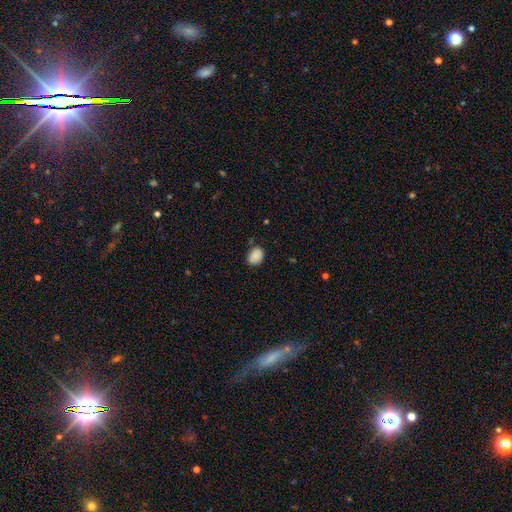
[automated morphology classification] Q: Smooth or featured?
A: smooth (88%); runner-up: star or artifact (8%)
Q: How rounded?
A: in between (68%); runner-up: round (31%)
Q: Merging?
A: none (75%); runner-up: minor disturbance (19%)